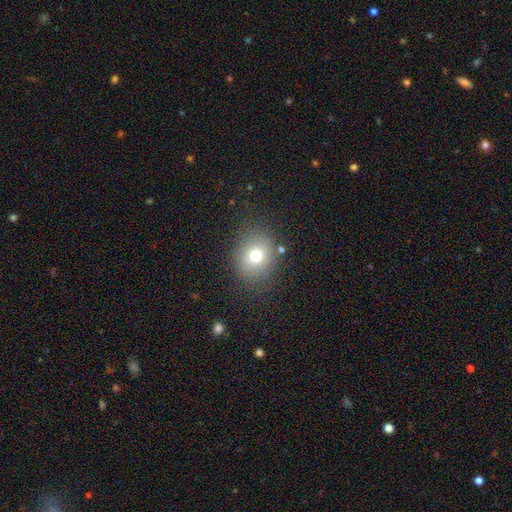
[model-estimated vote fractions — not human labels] Smooth or featured: smooth — 73% (star or artifact — 14%)
How rounded: round — 66% (in between — 33%)
Merging: none — 81% (minor disturbance — 11%)